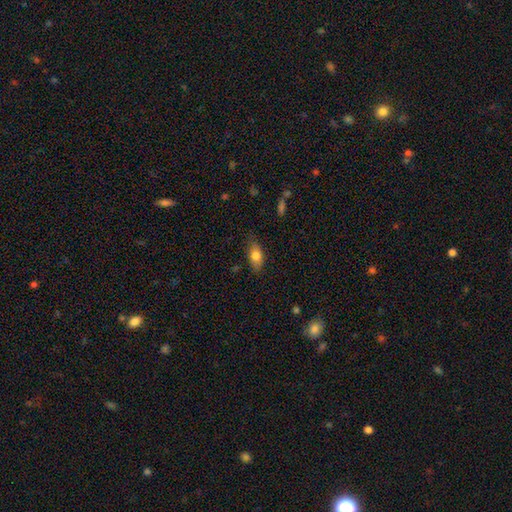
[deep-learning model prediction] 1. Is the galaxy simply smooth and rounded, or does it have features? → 76% smooth, 16% featured or disk, 8% star or artifact.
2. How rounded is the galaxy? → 83% in between, 10% cigar-shaped, 7% round.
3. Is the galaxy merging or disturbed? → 74% none, 20% minor disturbance, 4% major disturbance, 1% merger.